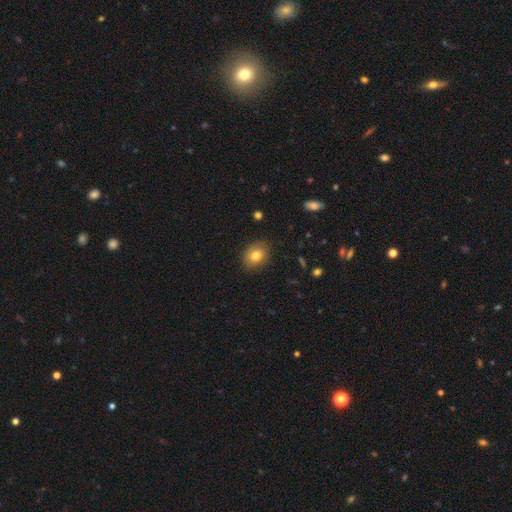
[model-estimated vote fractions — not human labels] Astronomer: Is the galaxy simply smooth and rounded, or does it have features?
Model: smooth — 79%.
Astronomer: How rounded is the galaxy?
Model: in between — 55% (runner-up: round, 44%).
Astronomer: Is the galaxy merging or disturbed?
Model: none — 85%.